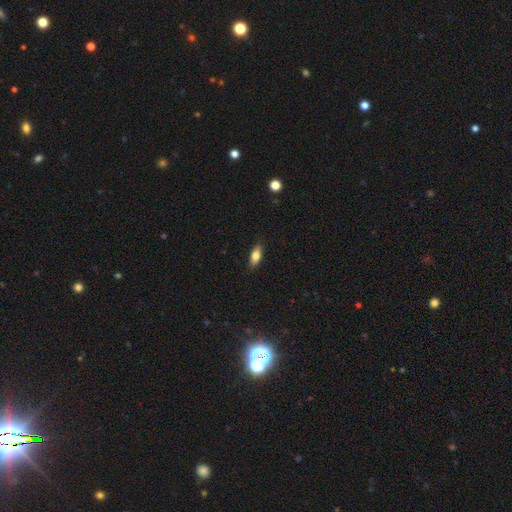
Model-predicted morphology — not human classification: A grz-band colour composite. It shows a smooth galaxy with no disk features (76%) that is in between round and cigar-shaped (78%). Merging: none (87%).